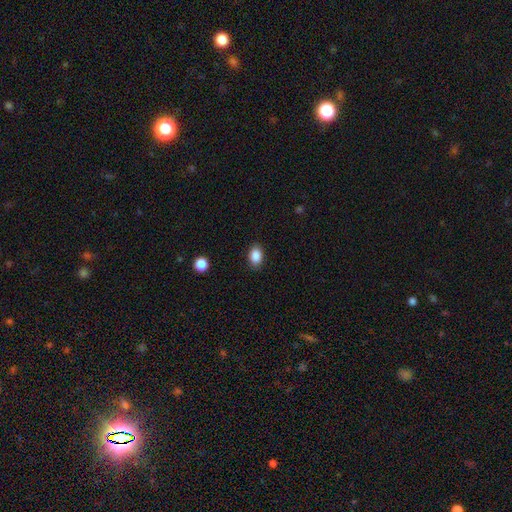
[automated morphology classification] The model was most divided on "how rounded": in between: 81%, round: 18%, cigar-shaped: 1%. More confident: smooth or featured — smooth (88%); merging — none (87%).